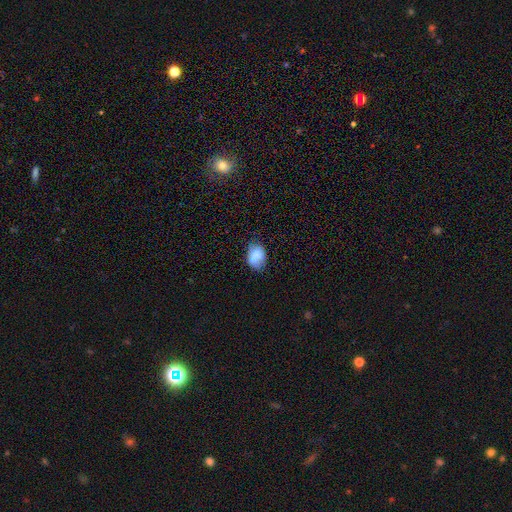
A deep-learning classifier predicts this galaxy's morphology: Smooth or featured? Predicted: smooth (p=0.77). How rounded? Predicted: in between (p=0.74). Merging? Predicted: none (p=0.62).